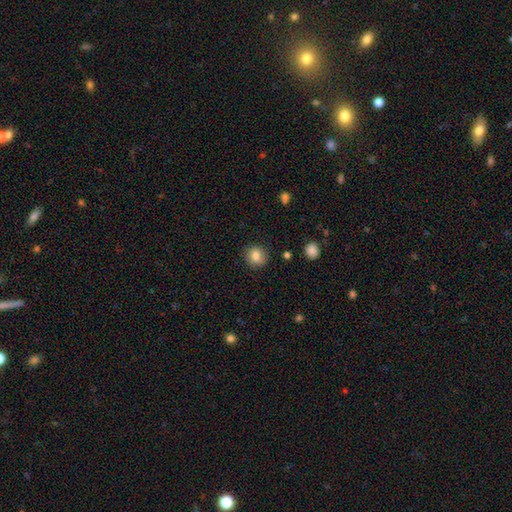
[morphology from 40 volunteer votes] This appears to be a smooth galaxy with no disk features (88%) that is round (89%). Merging: none (89%).